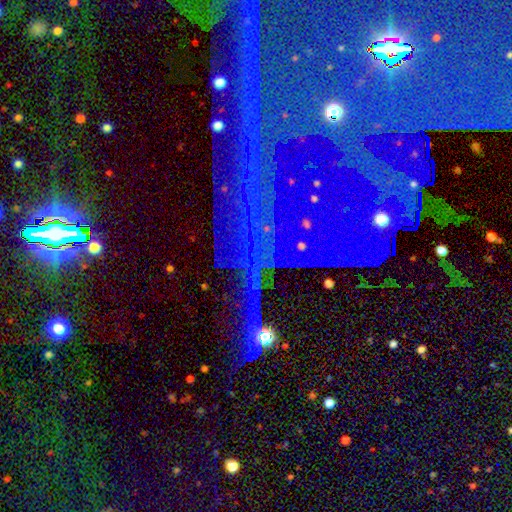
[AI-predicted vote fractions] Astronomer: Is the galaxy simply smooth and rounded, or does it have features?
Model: star or artifact — 82%.